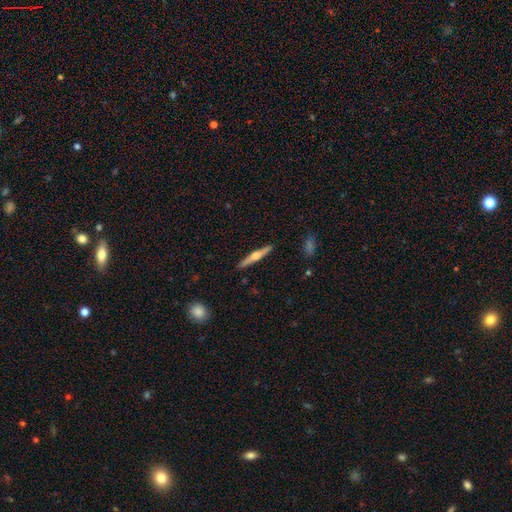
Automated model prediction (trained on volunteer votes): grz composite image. It shows a featured or disk galaxy (63%) viewed edge-on (97%) with a rounded central bulge (92%). Merging: none (91%).